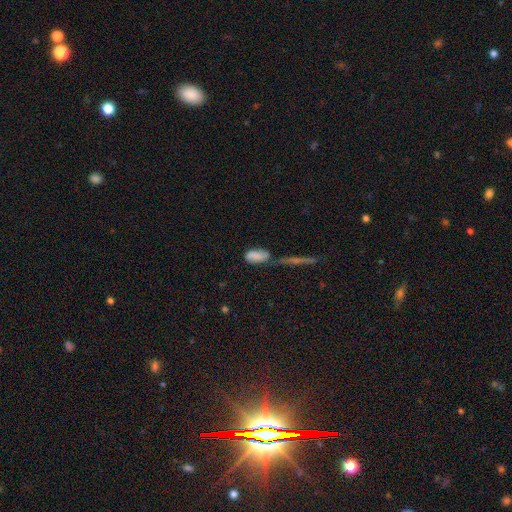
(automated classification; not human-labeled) smooth-or-featured: smooth: 74% | featured or disk: 15% | star or artifact: 10%
  how-rounded: in between: 88% | cigar-shaped: 8% | round: 4%
  merging: none: 36% | merger: 29% | minor disturbance: 22% | major disturbance: 13%